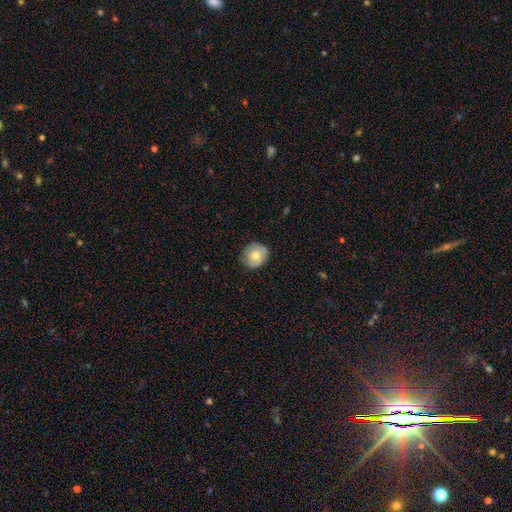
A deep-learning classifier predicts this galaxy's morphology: smooth-or-featured: smooth: 69% | featured or disk: 24% | star or artifact: 8%
  how-rounded: round: 81% | in between: 18% | cigar-shaped: 1%
  merging: none: 76% | minor disturbance: 20% | major disturbance: 3% | merger: 1%